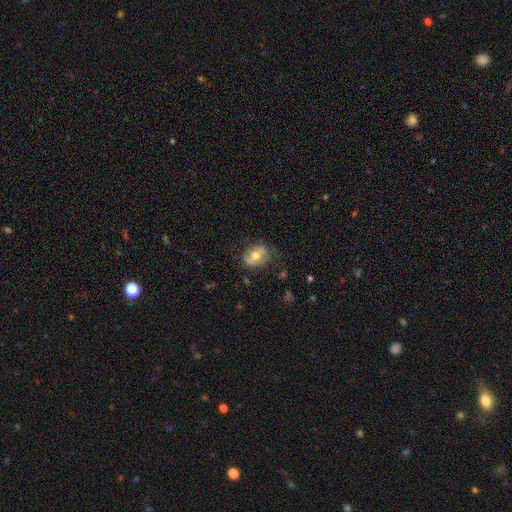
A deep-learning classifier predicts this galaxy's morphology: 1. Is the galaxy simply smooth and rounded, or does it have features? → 59% smooth, 32% featured or disk, 8% star or artifact.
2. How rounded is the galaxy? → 67% in between, 32% round, 1% cigar-shaped.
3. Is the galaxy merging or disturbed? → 69% none, 21% minor disturbance, 8% major disturbance, 2% merger.